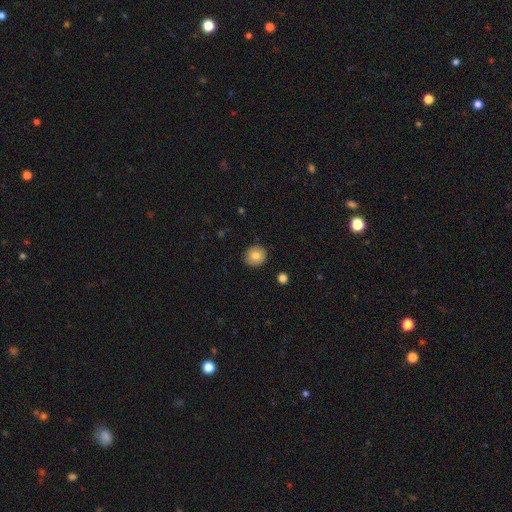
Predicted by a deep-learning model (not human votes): Smooth or featured: smooth — 80% (featured or disk — 12%)
How rounded: round — 91% (in between — 8%)
Merging: none — 89% (minor disturbance — 8%)